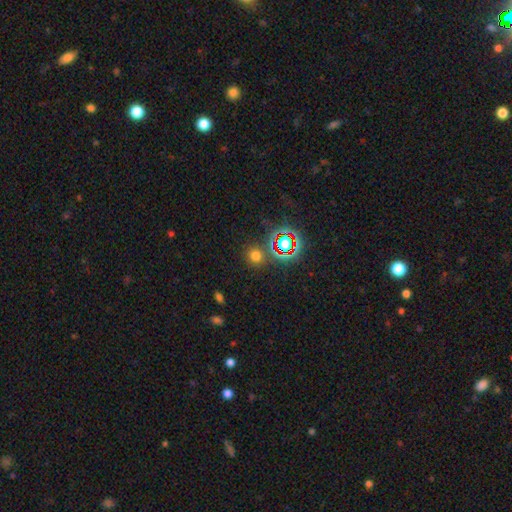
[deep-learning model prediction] Q: Smooth or featured?
A: smooth (63%); runner-up: star or artifact (30%)
Q: How rounded?
A: round (90%); runner-up: in between (8%)
Q: Merging?
A: none (84%); runner-up: minor disturbance (7%)